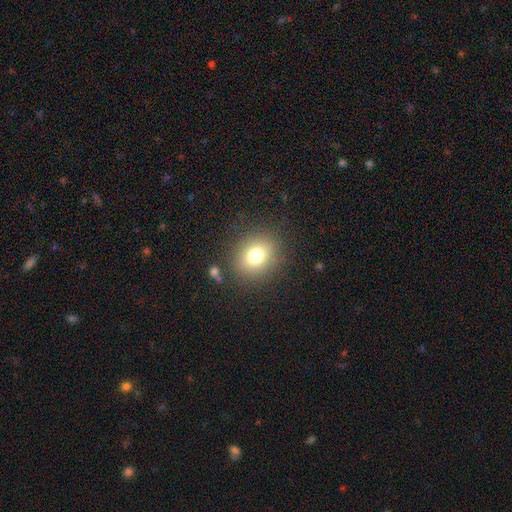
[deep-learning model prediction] Smooth or featured? Predicted: smooth (p=0.76). How rounded? Predicted: round (p=0.62). Merging? Predicted: none (p=0.84).